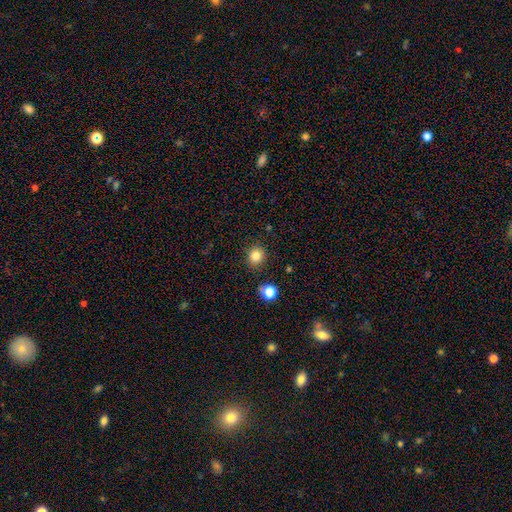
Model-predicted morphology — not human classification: Smooth or featured: smooth — 83% (star or artifact — 12%)
How rounded: round — 87% (in between — 12%)
Merging: none — 88% (minor disturbance — 7%)